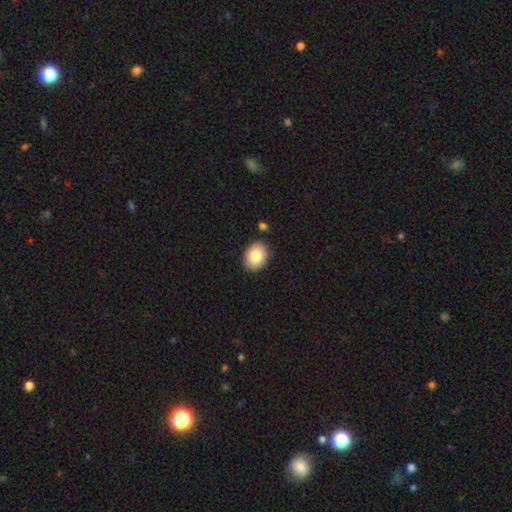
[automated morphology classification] smooth_or_featured: smooth (p=0.83) [alt: featured or disk p=0.09]
how_rounded: in between (p=0.60) [alt: round p=0.39]
merging: none (p=0.86) [alt: minor disturbance p=0.09]